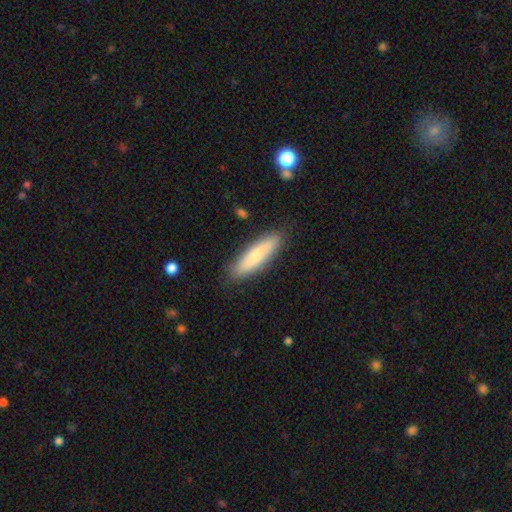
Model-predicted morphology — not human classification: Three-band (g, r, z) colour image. It shows a smooth galaxy with no disk features (68%) that is cigar-shaped (66%). Merging: none (86%).